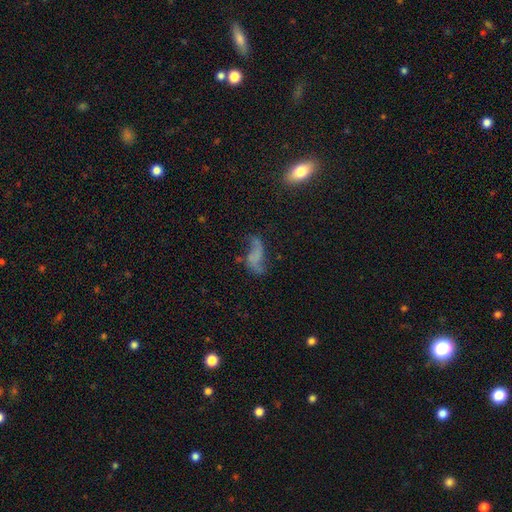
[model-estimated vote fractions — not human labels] Overall: featured or disk (55%; smooth 30%). Edge-on disk: no (94%). Bar: no (67%). Spiral arms: yes (75%). Bulge size: none (77%). Merging: none (49%; major disturbance 23%).